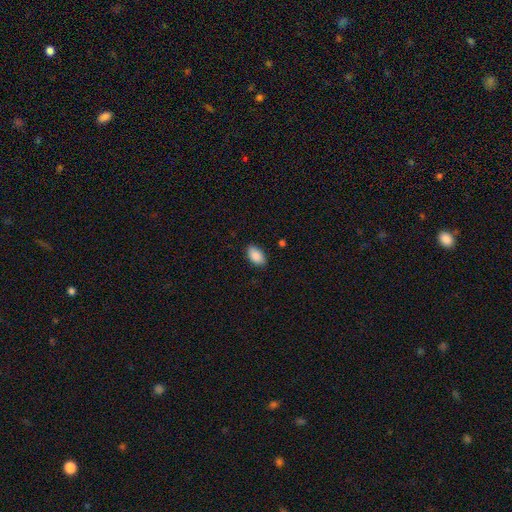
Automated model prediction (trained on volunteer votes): The model was most divided on "merging": none: 86%, minor disturbance: 11%, major disturbance: 2%, merger: 1%. More confident: how rounded — in between (94%); smooth or featured — smooth (89%).